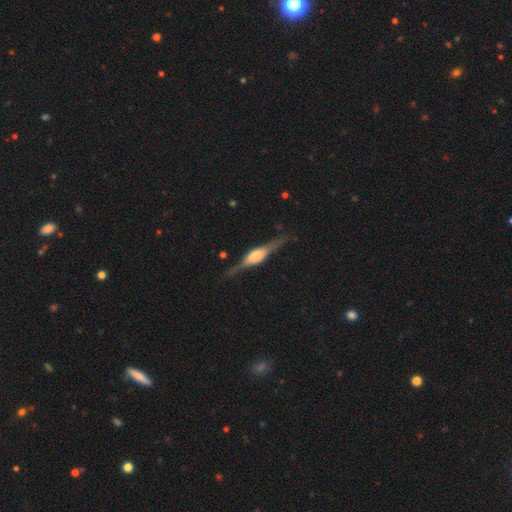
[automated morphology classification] This appears to be a featured or disk galaxy (76%) viewed edge-on (96%) with a rounded central bulge (70%). Merging: none (82%).